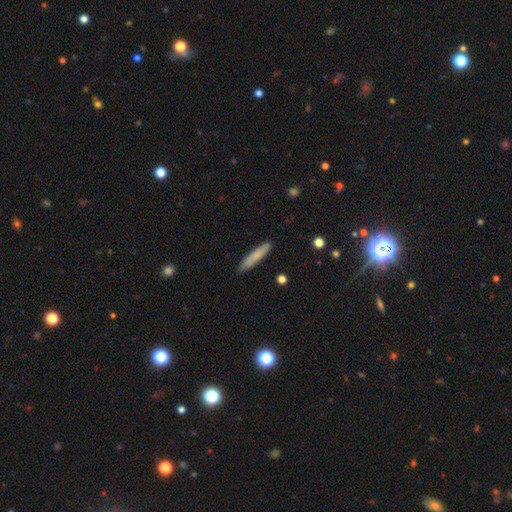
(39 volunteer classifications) smooth-or-featured: smooth: 74% | featured or disk: 21% | star or artifact: 5%
  how-rounded: cigar-shaped: 86% | in between: 14% | round: 0%
  merging: none: 84% | minor disturbance: 14% | merger: 3% | major disturbance: 0%